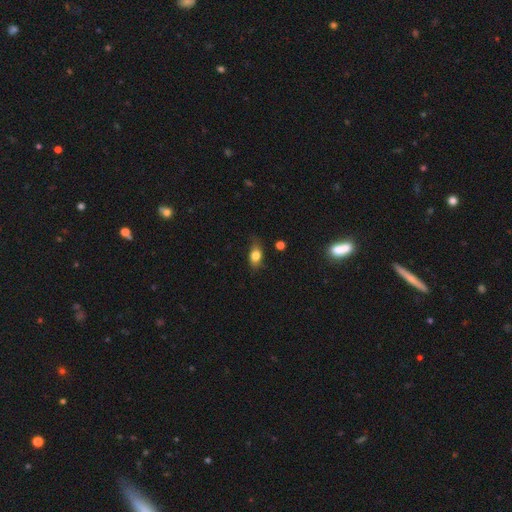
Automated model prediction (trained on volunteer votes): A smooth galaxy with no disk features (77%) that is in between round and cigar-shaped (78%). Merging: none (70%).